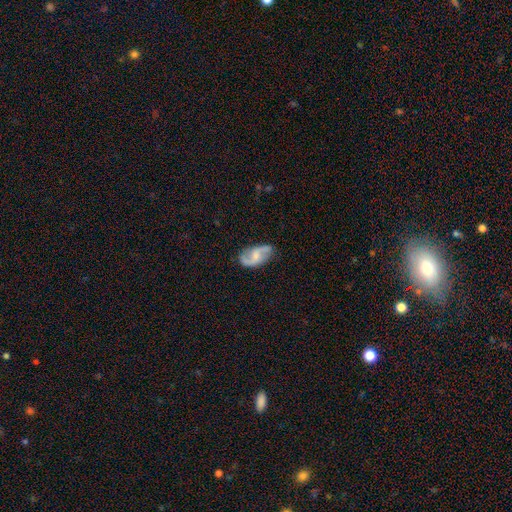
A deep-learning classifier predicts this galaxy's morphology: A featured or disk galaxy (74%) with a weak bar (48%), 2 (89%) loose (58%) spiral arms (93%) and a small central bulge (34%).

Vote fractions:
- Smooth or featured? featured or disk: 74% / smooth: 19% / star or artifact: 6%
- Edge-on disk? no: 97% / yes: 3%
- Bar? weak: 48% / no: 39% / strong: 13%
- Spiral arms? yes: 93% / no: 7%
- Spiral winding? loose: 58% / medium: 33% / tight: 9%
- Spiral arm count? 2: 89% / can't tell: 4% / 1: 3% / 3: 1% / 4: 1% / more than 4: 1%
- Bulge size? small: 34% / moderate: 31% / none: 29% / large: 5% / dominant: 1%
- Merging? none: 71% / minor disturbance: 20% / major disturbance: 8% / merger: 2%